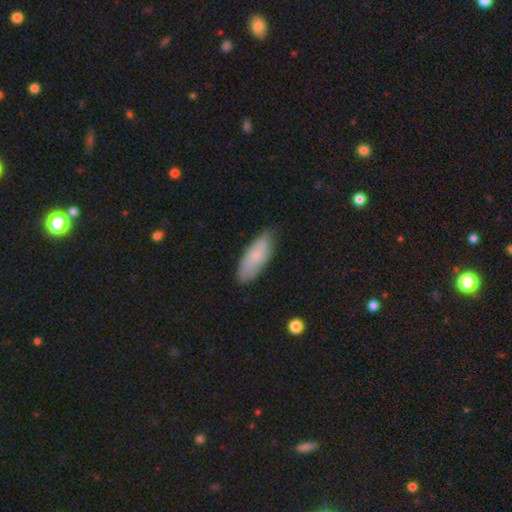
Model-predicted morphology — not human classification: Smooth or featured: smooth — 73% (featured or disk — 21%)
How rounded: in between — 71% (cigar-shaped — 27%)
Merging: none — 76% (minor disturbance — 19%)